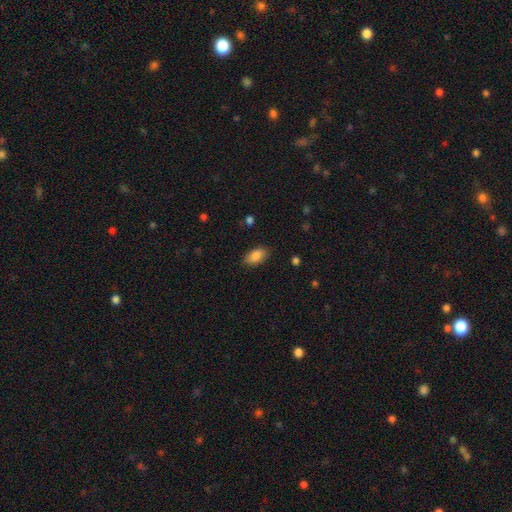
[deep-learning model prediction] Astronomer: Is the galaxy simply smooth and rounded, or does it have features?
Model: smooth — 86%.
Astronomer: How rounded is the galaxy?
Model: in between — 92%.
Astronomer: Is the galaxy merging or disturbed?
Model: none — 86%.